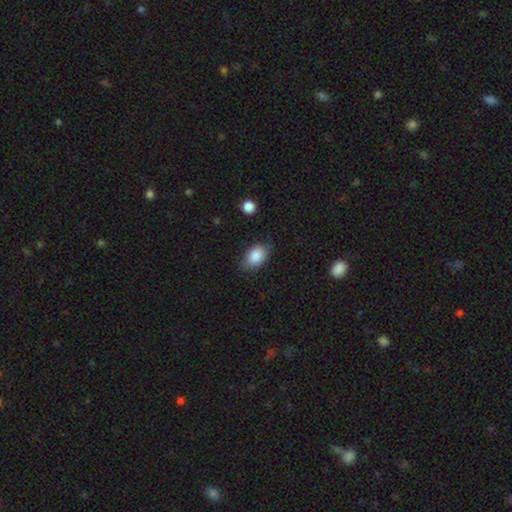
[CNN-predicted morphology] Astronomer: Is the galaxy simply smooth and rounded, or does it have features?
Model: smooth — 86%.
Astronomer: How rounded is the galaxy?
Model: in between — 85%.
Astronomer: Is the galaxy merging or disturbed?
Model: none — 75%.